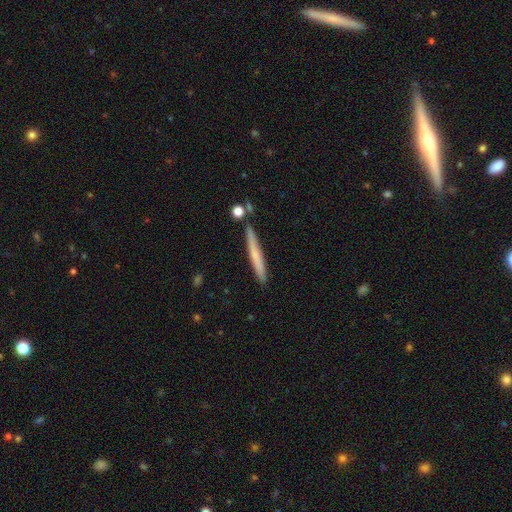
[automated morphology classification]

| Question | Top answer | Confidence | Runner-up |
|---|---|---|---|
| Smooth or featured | smooth | 58% | featured or disk (36%) |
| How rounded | cigar-shaped | 96% | in between (2%) |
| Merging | none | 85% | minor disturbance (10%) |